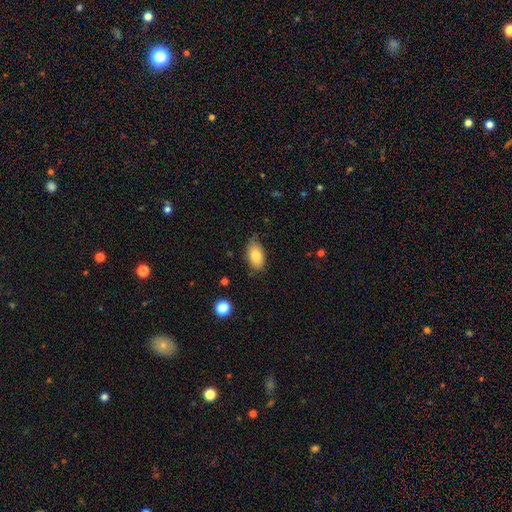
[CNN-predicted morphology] This is clearly a smooth galaxy (83%). How rounded: clearly in between (93%). Merging: likely none (70%).